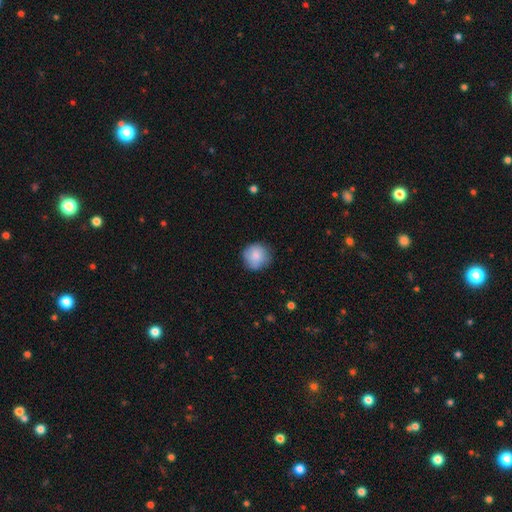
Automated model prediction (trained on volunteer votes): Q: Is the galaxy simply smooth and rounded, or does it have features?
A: smooth — 84%.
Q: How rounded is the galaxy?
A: round — 93%.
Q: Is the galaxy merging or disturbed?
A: none — 81%.